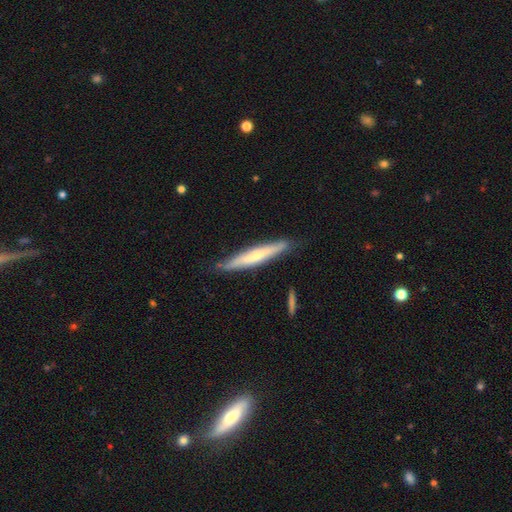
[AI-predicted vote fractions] Smooth or featured? featured or disk (50%)
Edge-on disk? yes (90%)
Merging? none (82%)